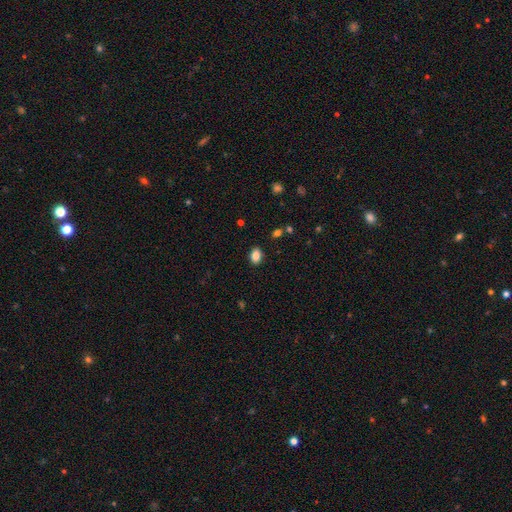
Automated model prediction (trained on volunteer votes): This is clearly a smooth galaxy (85%). How rounded: clearly in between (81%). Merging: clearly none (88%).